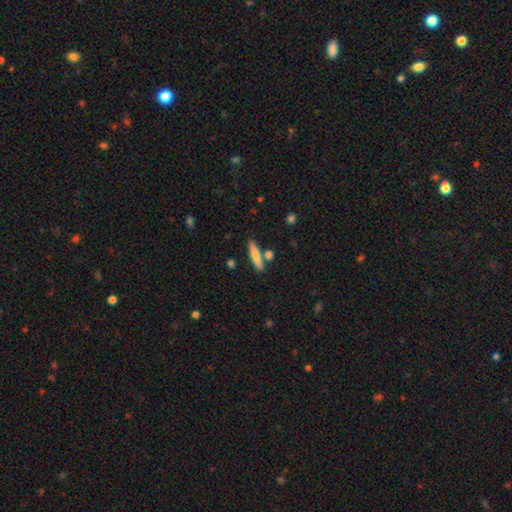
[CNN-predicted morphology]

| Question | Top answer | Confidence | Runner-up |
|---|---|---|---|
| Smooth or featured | smooth | 71% | featured or disk (23%) |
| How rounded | cigar-shaped | 84% | in between (13%) |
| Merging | none | 78% | merger (10%) |